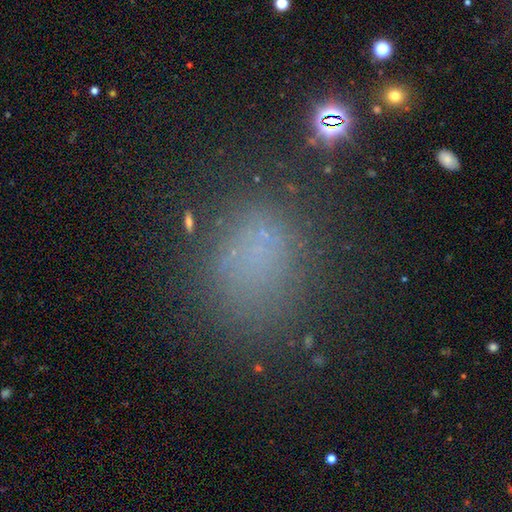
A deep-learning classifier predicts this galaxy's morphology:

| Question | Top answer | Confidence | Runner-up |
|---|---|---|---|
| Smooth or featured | smooth | 63% | star or artifact (26%) |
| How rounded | in between | 59% | round (39%) |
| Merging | none | 68% | minor disturbance (18%) |